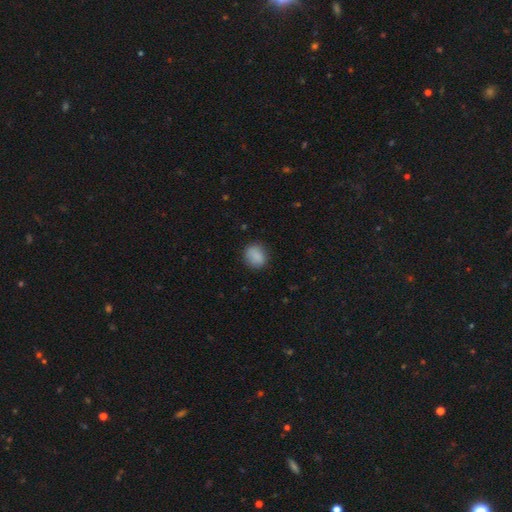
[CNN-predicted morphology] Smooth or featured?
  - smooth: 87% *
  - star or artifact: 8%
  - featured or disk: 5%
How rounded?
  - round: 61% *
  - in between: 38%
  - cigar-shaped: 1%
Merging?
  - none: 82% *
  - minor disturbance: 13%
  - major disturbance: 3%
  - merger: 1%